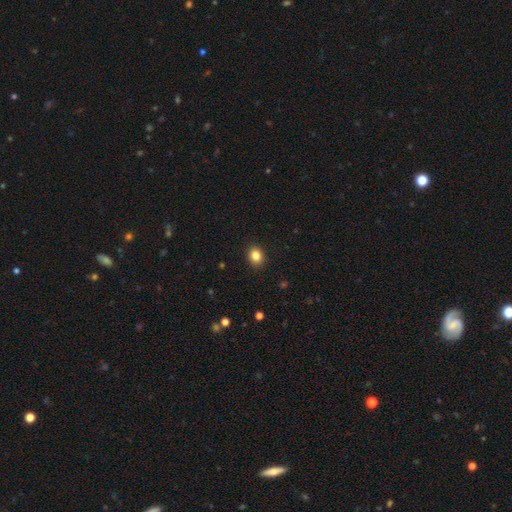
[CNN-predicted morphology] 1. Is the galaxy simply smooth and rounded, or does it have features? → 85% smooth, 10% star or artifact, 5% featured or disk.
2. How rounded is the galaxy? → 56% round, 43% in between, 1% cigar-shaped.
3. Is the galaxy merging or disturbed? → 91% none, 7% minor disturbance, 2% major disturbance, 1% merger.